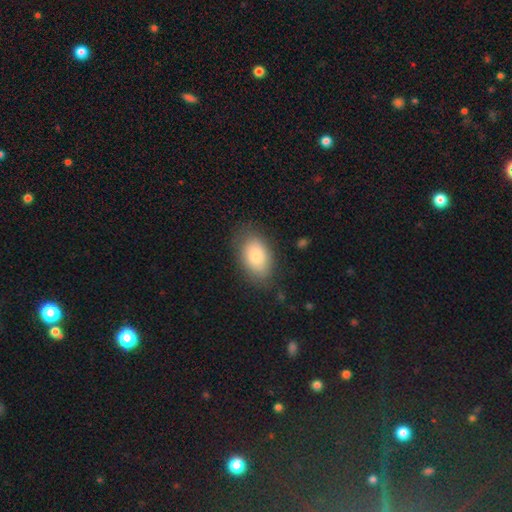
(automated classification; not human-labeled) Smooth or featured? Predicted: smooth (p=0.83). How rounded? Predicted: in between (p=0.91). Merging? Predicted: none (p=0.79).